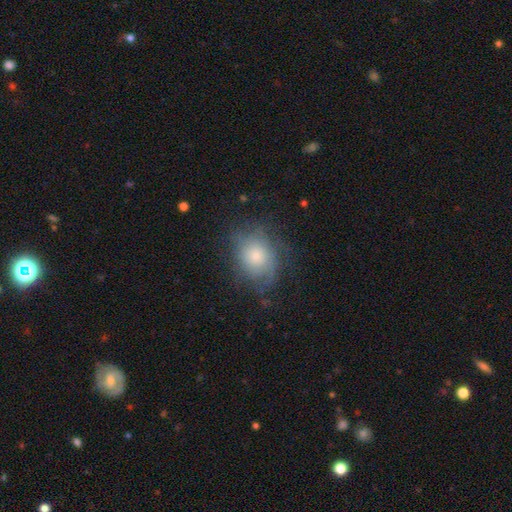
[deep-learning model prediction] Smooth or featured?
  - smooth: 56% *
  - featured or disk: 33%
  - star or artifact: 11%
How rounded?
  - round: 59% *
  - in between: 40%
  - cigar-shaped: 1%
Merging?
  - none: 64% *
  - minor disturbance: 23%
  - major disturbance: 12%
  - merger: 1%